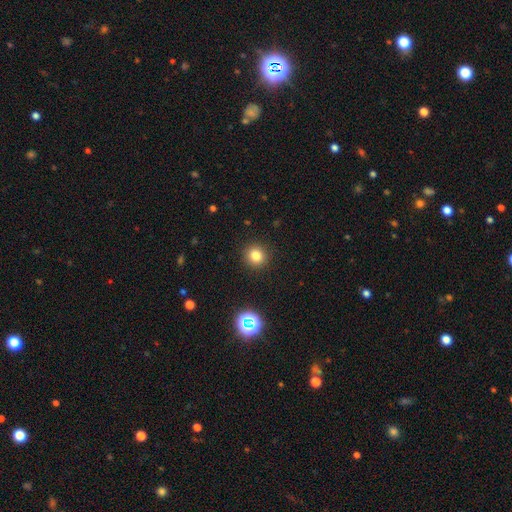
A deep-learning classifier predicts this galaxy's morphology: Smooth or featured?
  - smooth: 80% *
  - star or artifact: 15%
  - featured or disk: 6%
How rounded?
  - round: 91% *
  - in between: 8%
  - cigar-shaped: 1%
Merging?
  - none: 91% *
  - minor disturbance: 5%
  - major disturbance: 2%
  - merger: 1%